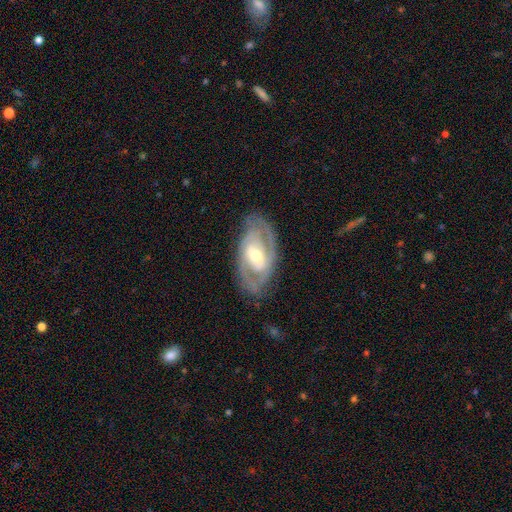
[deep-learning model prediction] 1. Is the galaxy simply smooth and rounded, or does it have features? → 85% featured or disk, 10% smooth, 5% star or artifact.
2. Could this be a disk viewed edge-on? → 95% no, 5% yes.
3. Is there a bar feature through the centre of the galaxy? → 44% weak, 30% no, 26% strong.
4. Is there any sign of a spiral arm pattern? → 91% yes, 9% no.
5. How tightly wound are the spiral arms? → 54% tight, 37% medium, 9% loose.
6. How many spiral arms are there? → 69% 2, 16% can't tell, 9% 3, 3% 1, 2% 4, 2% more than 4.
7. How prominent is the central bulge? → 61% moderate, 32% small, 5% large, 1% none, 1% dominant.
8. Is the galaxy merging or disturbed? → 78% none, 15% minor disturbance, 6% major disturbance, 1% merger.